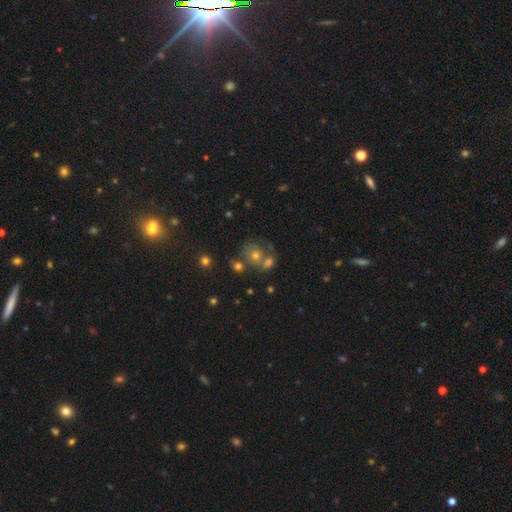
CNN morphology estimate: smooth-or-featured: smooth: 42% | featured or disk: 33% | star or artifact: 25%
  merging: none: 45% | merger: 34% | minor disturbance: 13% | major disturbance: 9%